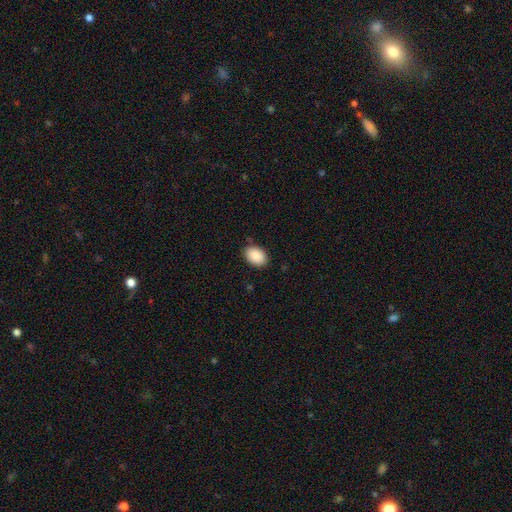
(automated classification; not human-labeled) This is clearly a smooth galaxy (90%). How rounded: clearly in between (83%). Merging: clearly none (86%).